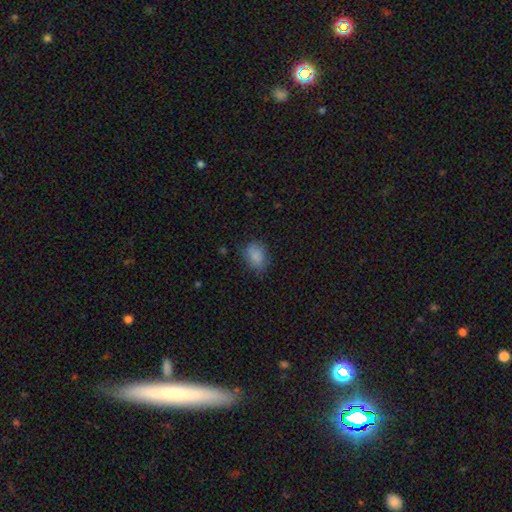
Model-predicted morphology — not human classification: Q: Smooth or featured?
A: smooth (83%); runner-up: star or artifact (9%)
Q: How rounded?
A: in between (70%); runner-up: round (29%)
Q: Merging?
A: none (68%); runner-up: minor disturbance (23%)